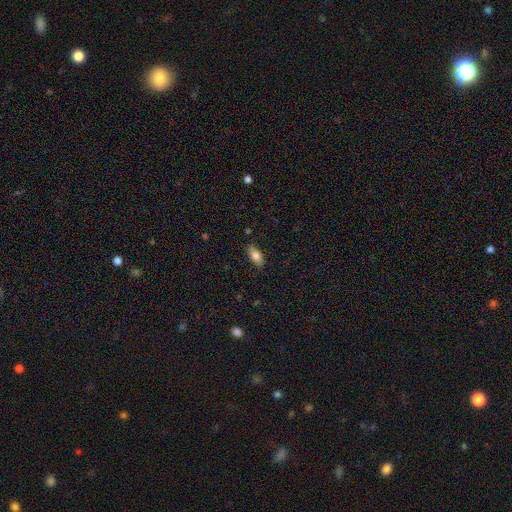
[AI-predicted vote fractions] smooth-or-featured: smooth: 76% | featured or disk: 16% | star or artifact: 7%
  how-rounded: in between: 84% | cigar-shaped: 13% | round: 3%
  merging: none: 87% | minor disturbance: 10% | major disturbance: 2% | merger: 1%